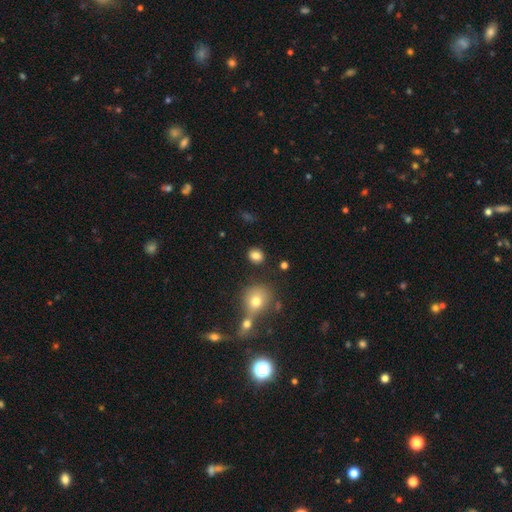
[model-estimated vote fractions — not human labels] Q: Smooth or featured?
A: smooth (82%); runner-up: star or artifact (11%)
Q: How rounded?
A: round (60%); runner-up: in between (39%)
Q: Merging?
A: none (83%); runner-up: minor disturbance (9%)